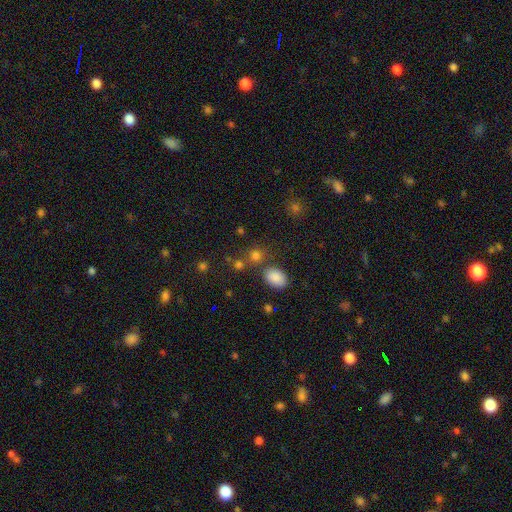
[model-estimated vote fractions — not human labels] Smooth or featured? Predicted: smooth (p=0.78). How rounded? Predicted: round (p=0.71). Merging? Predicted: none (p=0.69).